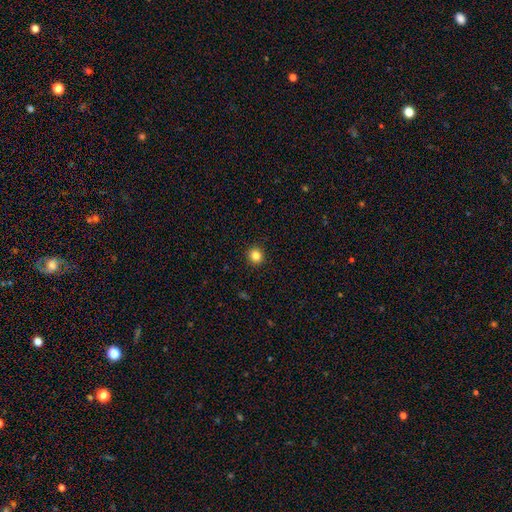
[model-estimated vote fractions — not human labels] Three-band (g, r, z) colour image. It shows a smooth galaxy with no disk features (84%) that is round (93%). Merging: none (93%).